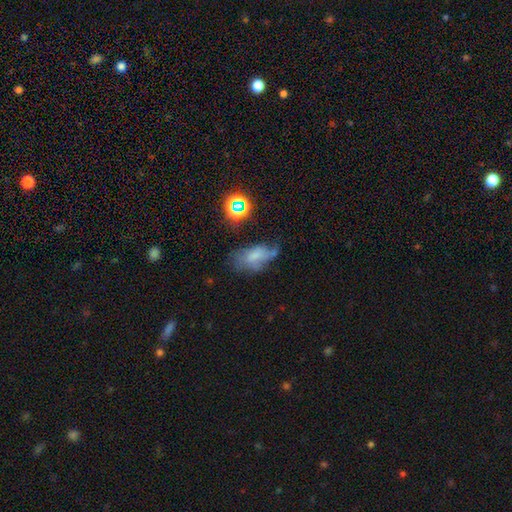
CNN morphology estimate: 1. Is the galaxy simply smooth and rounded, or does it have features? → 51% smooth, 30% featured or disk, 19% star or artifact.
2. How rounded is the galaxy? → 87% in between, 9% round, 4% cigar-shaped.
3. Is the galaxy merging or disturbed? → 34% none, 30% minor disturbance, 27% major disturbance, 9% merger.